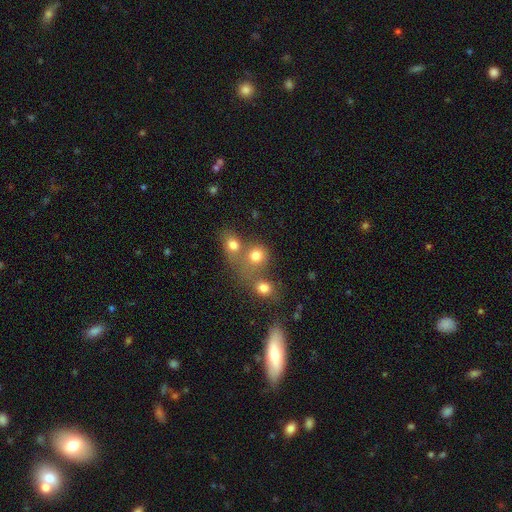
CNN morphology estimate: Smooth or featured?
  - smooth: 77% *
  - star or artifact: 13%
  - featured or disk: 9%
How rounded?
  - round: 79% *
  - in between: 20%
  - cigar-shaped: 1%
Merging?
  - merger: 44% *
  - none: 43%
  - minor disturbance: 8%
  - major disturbance: 5%